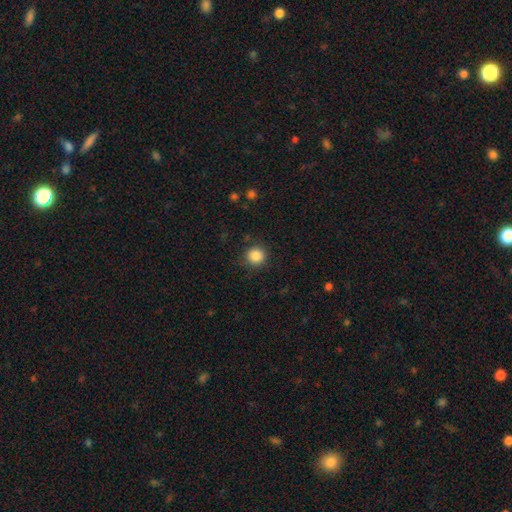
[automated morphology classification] Smooth or featured: smooth — 86% (star or artifact — 11%)
How rounded: round — 94% (in between — 5%)
Merging: none — 88% (minor disturbance — 8%)